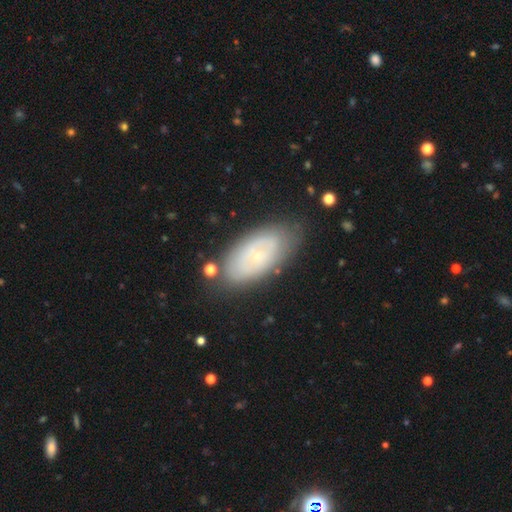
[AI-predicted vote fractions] Smooth or featured? Predicted: featured or disk (p=0.48). Merging? Predicted: none (p=0.74).